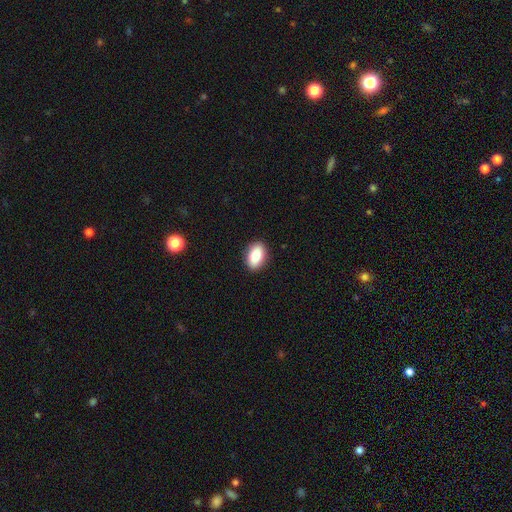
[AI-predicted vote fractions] Smooth or featured? Predicted: smooth (p=0.86). How rounded? Predicted: in between (p=0.90). Merging? Predicted: none (p=0.89).